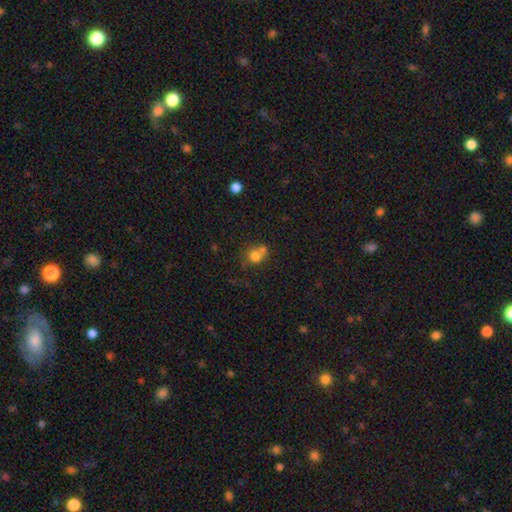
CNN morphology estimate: Smooth or featured? Predicted: smooth (p=0.74). How rounded? Predicted: round (p=0.78). Merging? Predicted: merger (p=0.47).